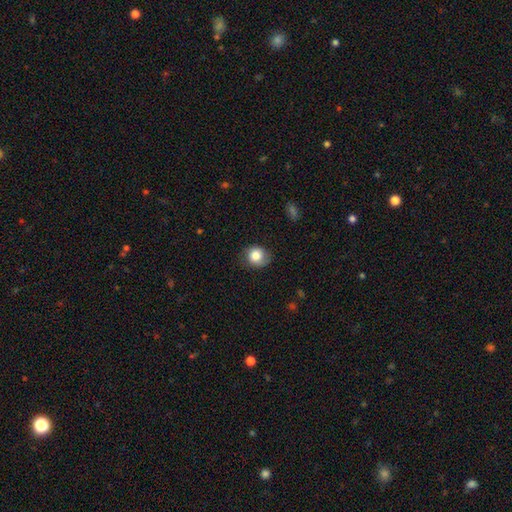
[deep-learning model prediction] Overall: smooth (83%). How rounded: round (76%). Merging: none (74%).